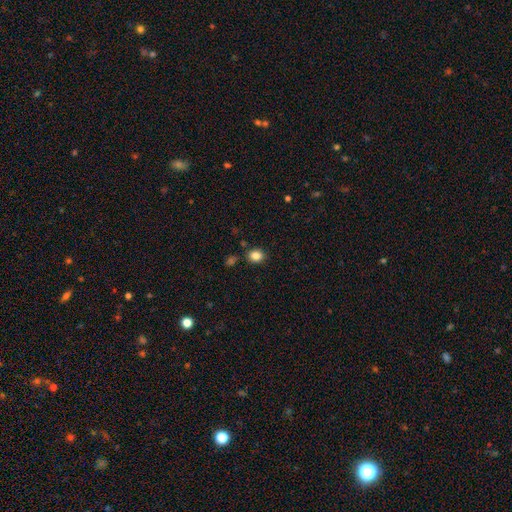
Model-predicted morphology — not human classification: smooth 84%, star or artifact 11%, featured or disk 5%. Down the decision tree: how rounded — round (64%); merging — none (84%).